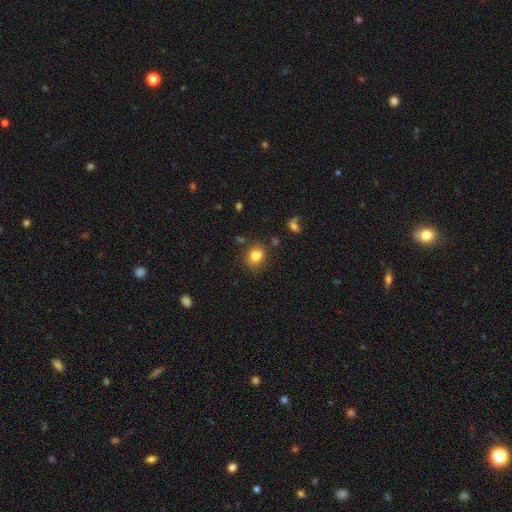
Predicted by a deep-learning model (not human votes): This appears to be a smooth galaxy with no disk features (81%) that is in between round and cigar-shaped (50%). Merging: none (76%).